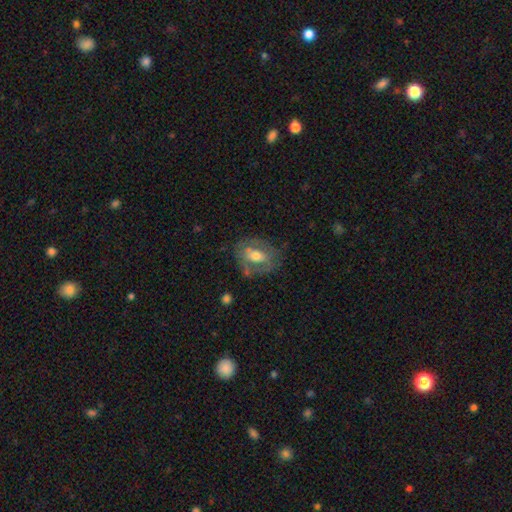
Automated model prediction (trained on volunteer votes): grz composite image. It shows a featured or disk galaxy (54%). Merging: none (64%).